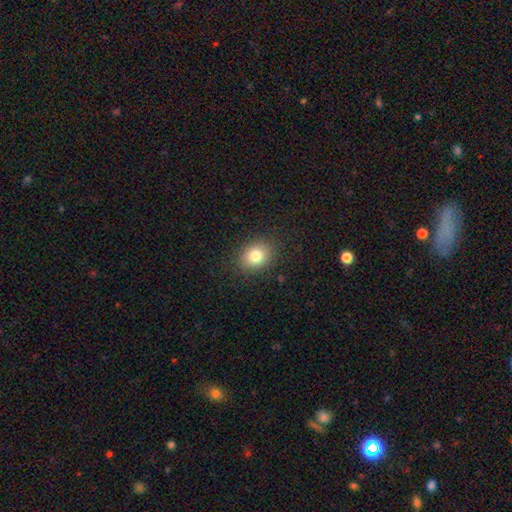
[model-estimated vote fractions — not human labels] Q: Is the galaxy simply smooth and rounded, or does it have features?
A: smooth — 81%.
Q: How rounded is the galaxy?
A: round — 59%.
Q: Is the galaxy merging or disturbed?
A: none — 87%.